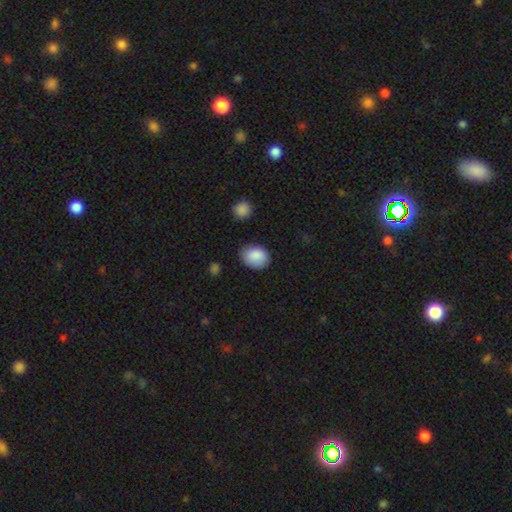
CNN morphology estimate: Q: Smooth or featured?
A: smooth (89%); runner-up: star or artifact (7%)
Q: How rounded?
A: in between (60%); runner-up: round (39%)
Q: Merging?
A: none (79%); runner-up: minor disturbance (16%)